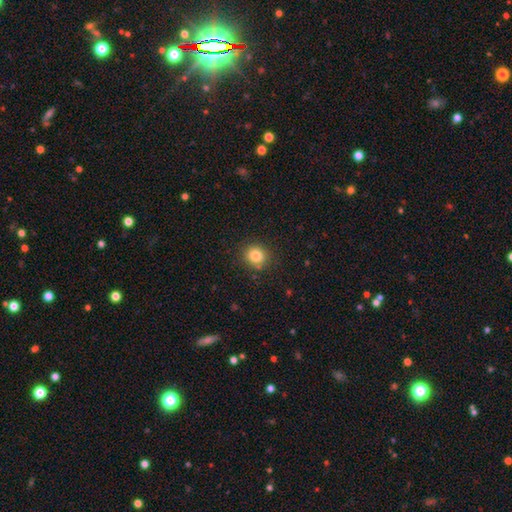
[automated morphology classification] The model was most divided on "how rounded": round: 83%, in between: 16%, cigar-shaped: 1%. More confident: merging — none (87%); smooth or featured — smooth (82%).